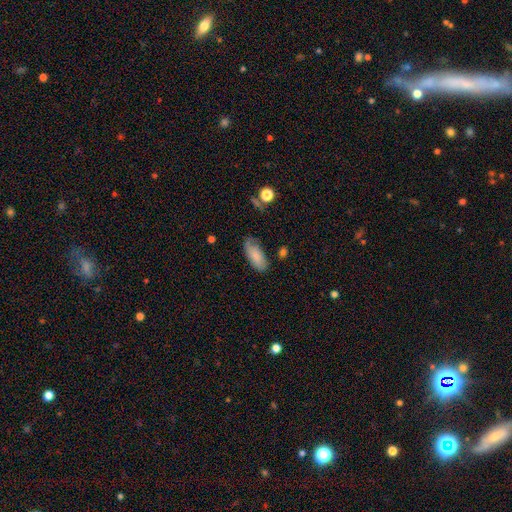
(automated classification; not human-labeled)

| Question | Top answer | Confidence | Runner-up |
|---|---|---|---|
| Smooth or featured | smooth | 79% | featured or disk (14%) |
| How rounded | in between | 87% | cigar-shaped (11%) |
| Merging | none | 64% | minor disturbance (26%) |